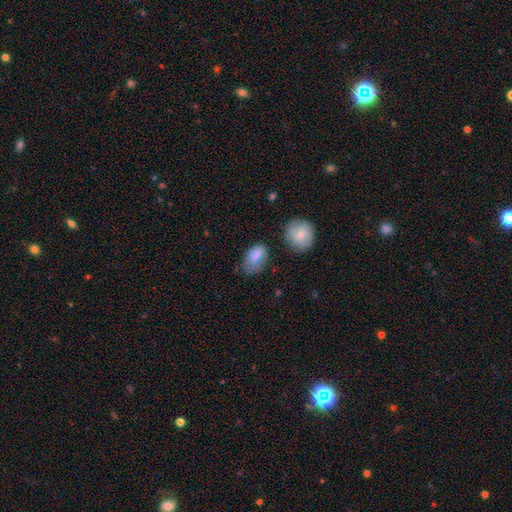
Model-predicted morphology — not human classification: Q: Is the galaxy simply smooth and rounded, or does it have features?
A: smooth — 79%.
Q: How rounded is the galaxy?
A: in between — 88%.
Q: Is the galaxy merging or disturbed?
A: none — 54%.